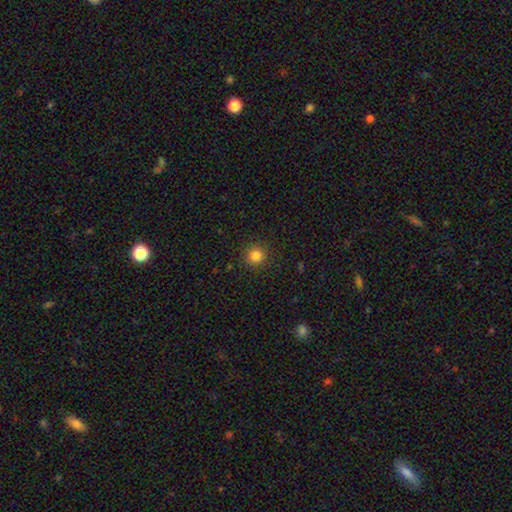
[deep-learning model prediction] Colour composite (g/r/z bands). It shows a smooth galaxy with no disk features (83%) that is round (94%). Merging: none (91%).